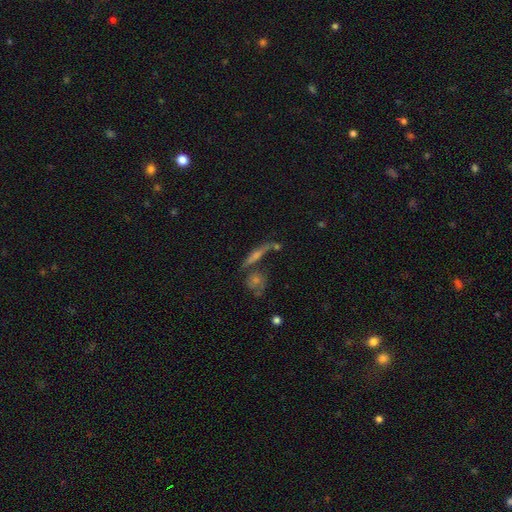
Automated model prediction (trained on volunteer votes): Smooth or featured? featured or disk (56%)
Edge-on disk? yes (84%)
Merging? none (61%)